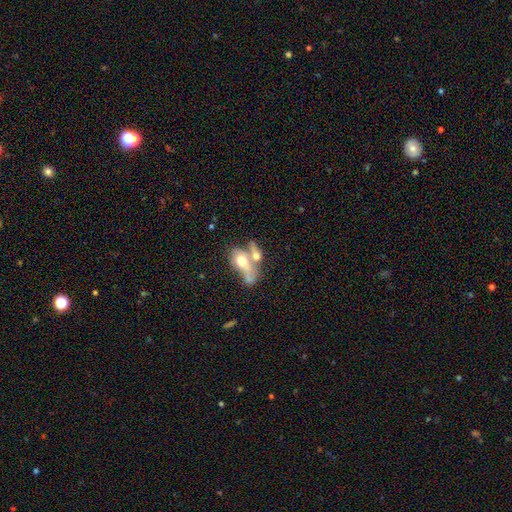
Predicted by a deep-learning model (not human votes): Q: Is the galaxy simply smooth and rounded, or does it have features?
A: smooth — 53%.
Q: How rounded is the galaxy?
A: in between — 72%.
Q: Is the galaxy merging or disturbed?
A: merger — 68%.